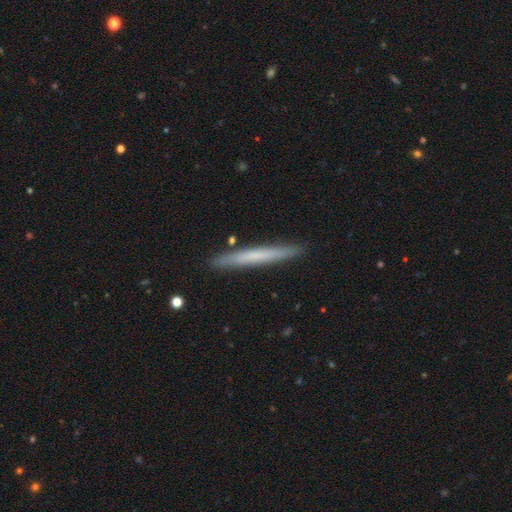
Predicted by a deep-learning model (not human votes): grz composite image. It shows a smooth galaxy with no disk features (57%) that is cigar-shaped (97%). Merging: none (91%).